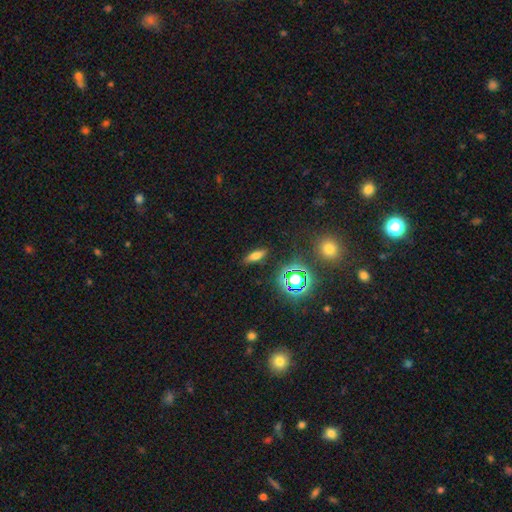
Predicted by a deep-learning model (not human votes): A smooth galaxy with no disk features (65%) that is in between round and cigar-shaped (57%).

Vote fractions:
- Smooth or featured? smooth: 65% / star or artifact: 19% / featured or disk: 16%
- How rounded? in between: 57% / cigar-shaped: 37% / round: 6%
- Merging? none: 87% / minor disturbance: 9% / major disturbance: 3% / merger: 2%